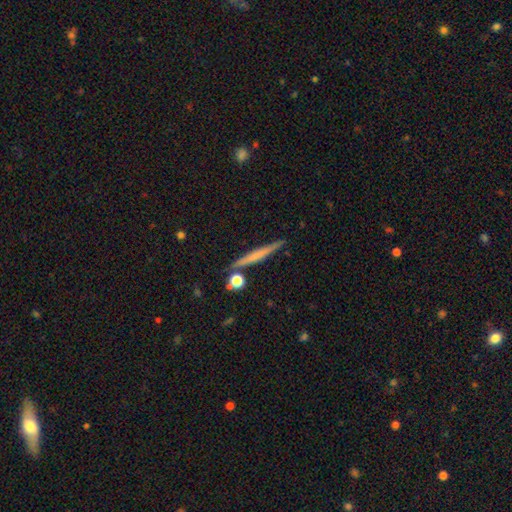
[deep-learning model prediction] Smooth or featured? Predicted: featured or disk (p=0.47). Merging? Predicted: none (p=0.86).